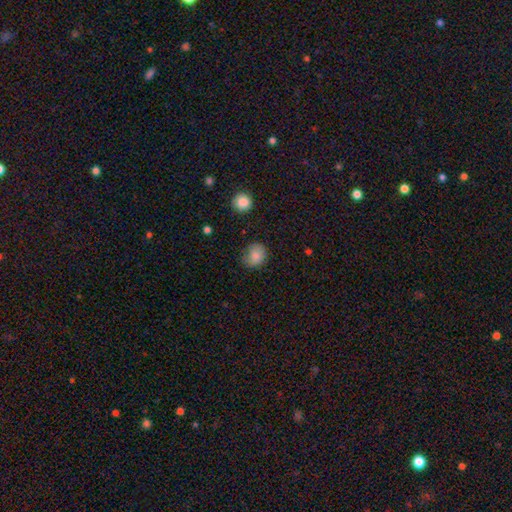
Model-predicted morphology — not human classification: Smooth or featured?
  - smooth: 81% *
  - featured or disk: 9%
  - star or artifact: 9%
How rounded?
  - round: 71% *
  - in between: 28%
  - cigar-shaped: 1%
Merging?
  - none: 64% *
  - minor disturbance: 27%
  - major disturbance: 8%
  - merger: 2%